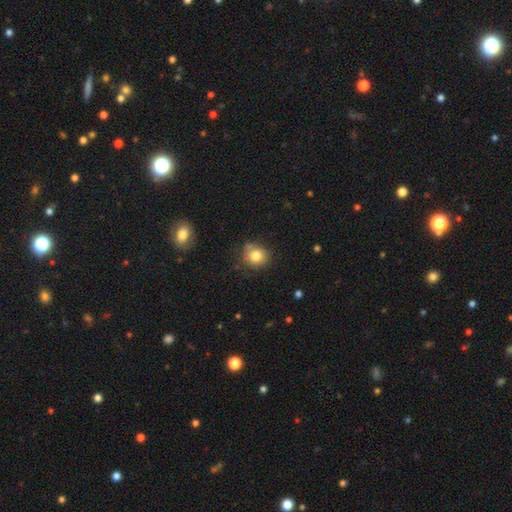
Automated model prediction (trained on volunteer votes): A smooth galaxy with no disk features (80%) that is round (81%). Merging: none (71%).